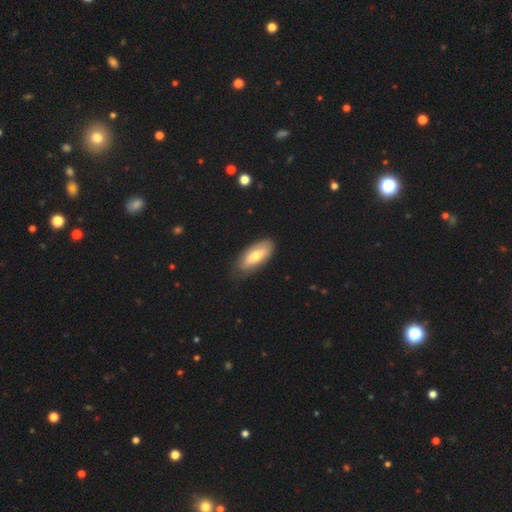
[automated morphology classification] A smooth galaxy with no disk features (63%) that is in between round and cigar-shaped (83%).

Vote fractions:
- Smooth or featured? smooth: 63% / featured or disk: 32% / star or artifact: 5%
- How rounded? in between: 83% / cigar-shaped: 15% / round: 2%
- Merging? none: 80% / minor disturbance: 16% / major disturbance: 3% / merger: 1%